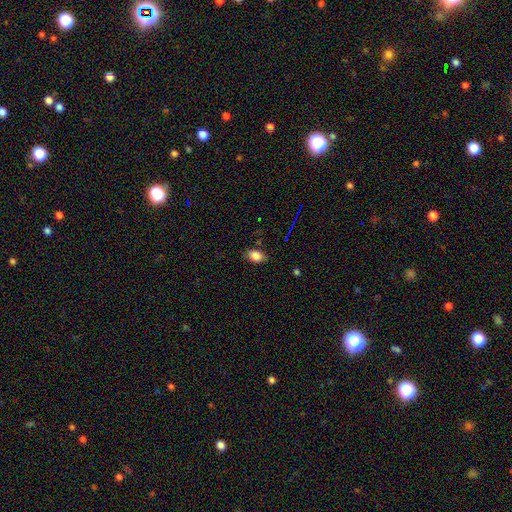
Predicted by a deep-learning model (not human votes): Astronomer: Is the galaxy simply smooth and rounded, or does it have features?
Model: smooth — 83%.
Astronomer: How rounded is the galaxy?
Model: in between — 86%.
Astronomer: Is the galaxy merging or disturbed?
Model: none — 81%.